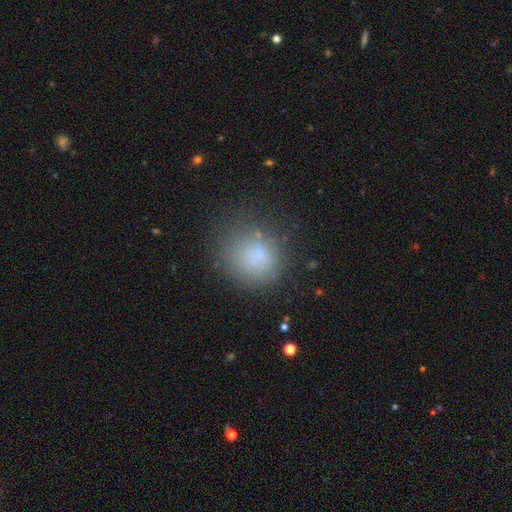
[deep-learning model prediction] A smooth galaxy with no disk features (77%) that is round (84%). Merging: none (71%).